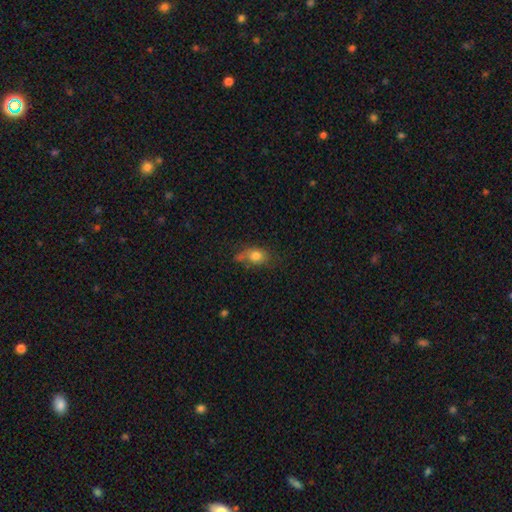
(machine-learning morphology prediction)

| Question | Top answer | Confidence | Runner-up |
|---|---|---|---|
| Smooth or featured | smooth | 78% | featured or disk (12%) |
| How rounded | in between | 69% | round (27%) |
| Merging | none | 49% | minor disturbance (29%) |